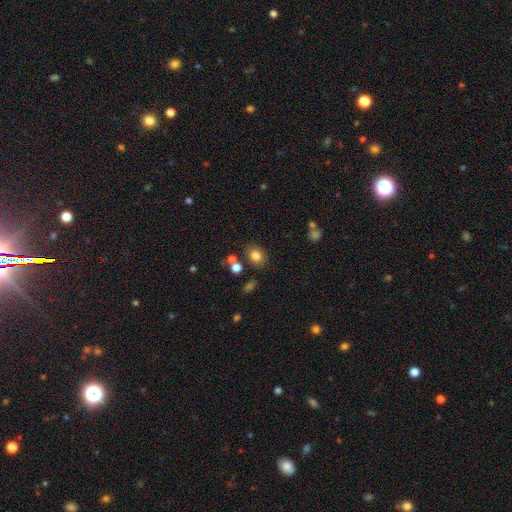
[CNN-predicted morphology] This is clearly a smooth galaxy (80%). How rounded: possibly in between (57%). Merging: likely none (78%).